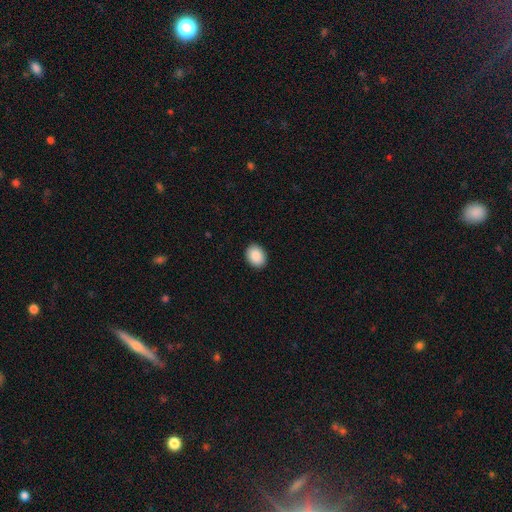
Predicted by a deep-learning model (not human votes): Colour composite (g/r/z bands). It shows a smooth galaxy with no disk features (89%) that is in between round and cigar-shaped (70%). Merging: none (91%).